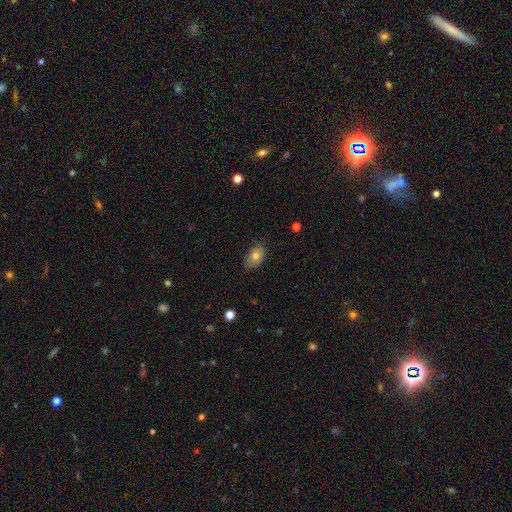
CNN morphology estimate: Smooth or featured?
  - smooth: 76% *
  - featured or disk: 16%
  - star or artifact: 8%
How rounded?
  - in between: 88% *
  - round: 10%
  - cigar-shaped: 2%
Merging?
  - none: 78% *
  - minor disturbance: 18%
  - major disturbance: 3%
  - merger: 1%